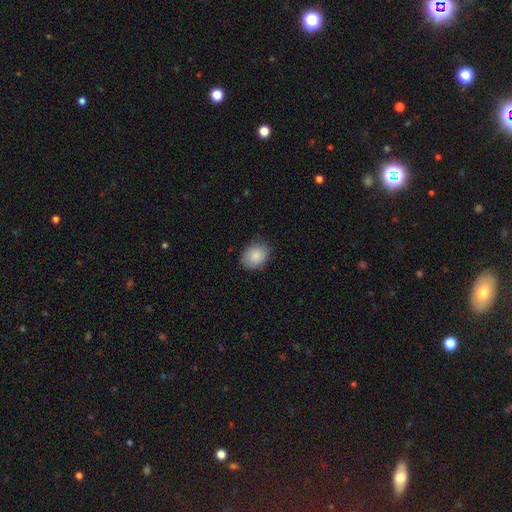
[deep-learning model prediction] Smooth or featured?
  - smooth: 87% *
  - star or artifact: 7%
  - featured or disk: 6%
How rounded?
  - in between: 57% *
  - round: 42%
  - cigar-shaped: 1%
Merging?
  - none: 81% *
  - minor disturbance: 15%
  - major disturbance: 3%
  - merger: 1%